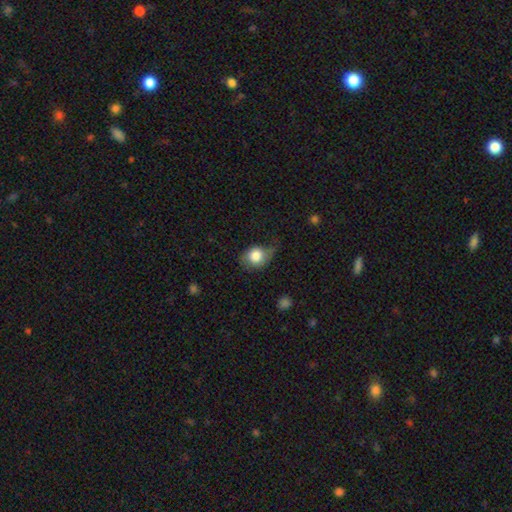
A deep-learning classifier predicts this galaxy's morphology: A smooth galaxy with no disk features (78%) that is round (58%). Merging: none (44%).